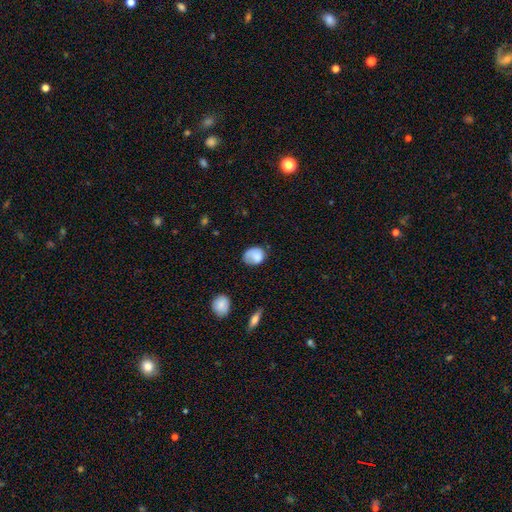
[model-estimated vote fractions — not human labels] smooth-or-featured: smooth: 80% | featured or disk: 12% | star or artifact: 8%
  how-rounded: in between: 53% | round: 46% | cigar-shaped: 1%
  merging: none: 54% | minor disturbance: 31% | major disturbance: 12% | merger: 3%